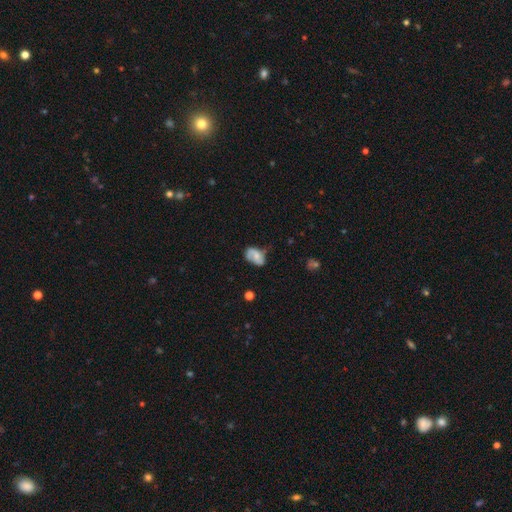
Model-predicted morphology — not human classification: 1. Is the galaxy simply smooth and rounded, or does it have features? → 46% smooth, 45% featured or disk, 9% star or artifact.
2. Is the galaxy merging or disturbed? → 44% none, 35% minor disturbance, 16% major disturbance, 5% merger.